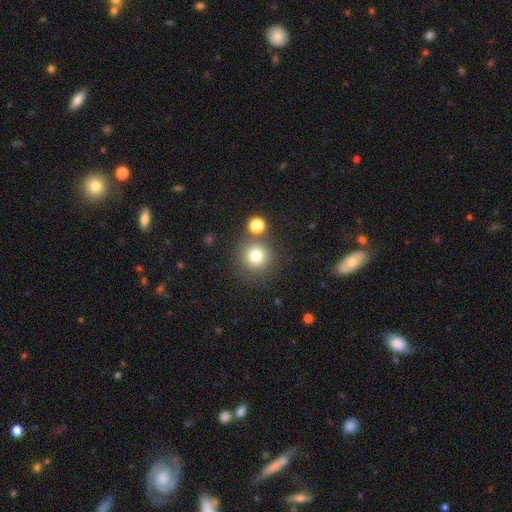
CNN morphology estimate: Smooth or featured?
  - smooth: 78% *
  - star or artifact: 13%
  - featured or disk: 9%
How rounded?
  - round: 94% *
  - in between: 5%
  - cigar-shaped: 1%
Merging?
  - none: 77% *
  - merger: 11%
  - minor disturbance: 8%
  - major disturbance: 4%